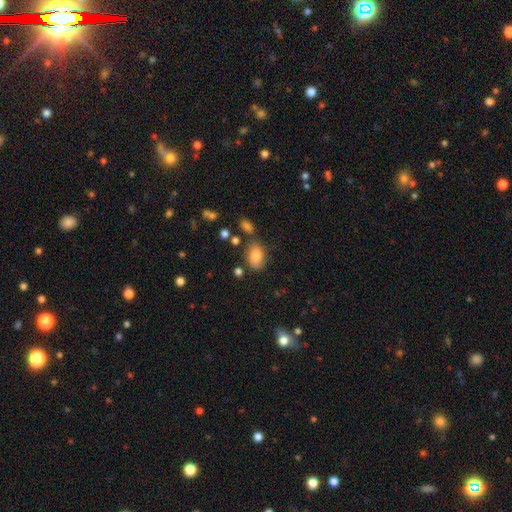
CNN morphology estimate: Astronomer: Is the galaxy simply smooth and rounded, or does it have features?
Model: smooth — 84%.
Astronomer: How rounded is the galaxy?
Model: in between — 86%.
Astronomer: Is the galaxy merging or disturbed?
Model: none — 71%.